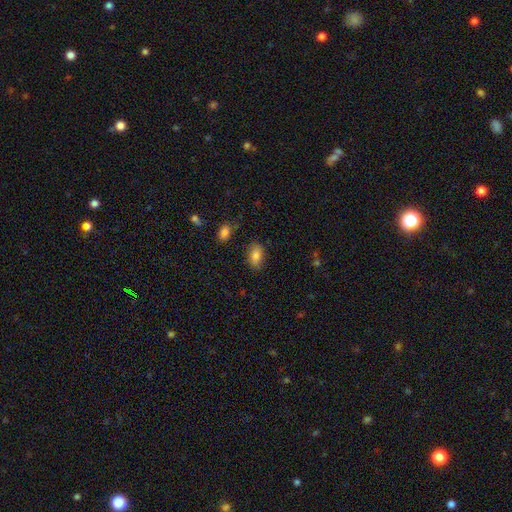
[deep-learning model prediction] Q: Smooth or featured?
A: smooth (82%); runner-up: featured or disk (9%)
Q: How rounded?
A: in between (88%); runner-up: round (10%)
Q: Merging?
A: none (81%); runner-up: minor disturbance (14%)